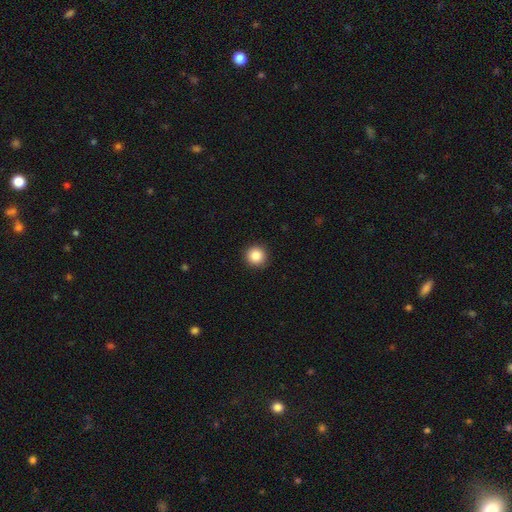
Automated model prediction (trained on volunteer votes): smooth-or-featured: smooth: 86% | star or artifact: 10% | featured or disk: 4%
  how-rounded: round: 95% | in between: 4% | cigar-shaped: 1%
  merging: none: 92% | minor disturbance: 5% | major disturbance: 2% | merger: 1%